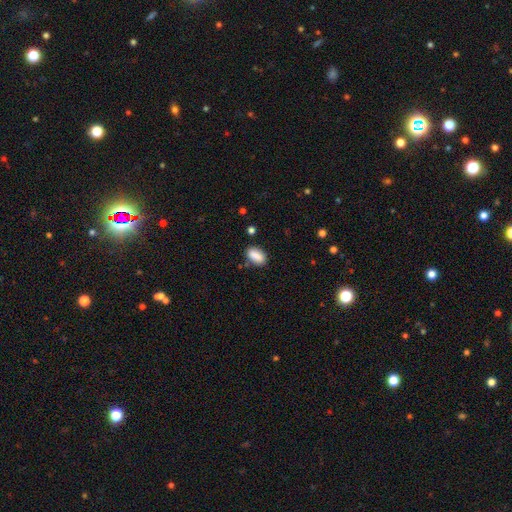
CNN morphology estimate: Smooth or featured? smooth (87%)
How rounded? in between (90%)
Merging? none (80%)